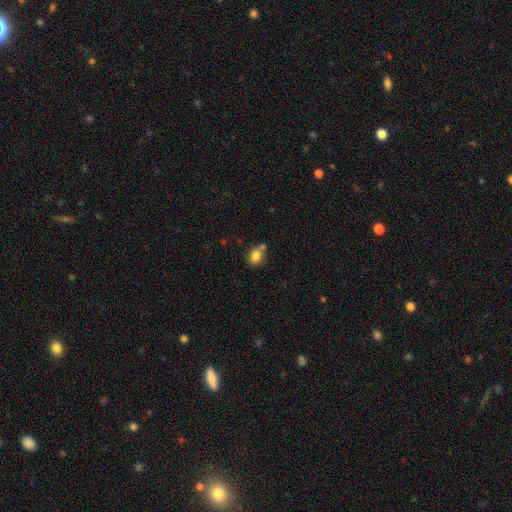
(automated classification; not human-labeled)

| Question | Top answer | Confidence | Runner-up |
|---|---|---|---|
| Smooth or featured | smooth | 81% | star or artifact (10%) |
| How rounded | round | 56% | in between (43%) |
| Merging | none | 57% | merger (23%) |